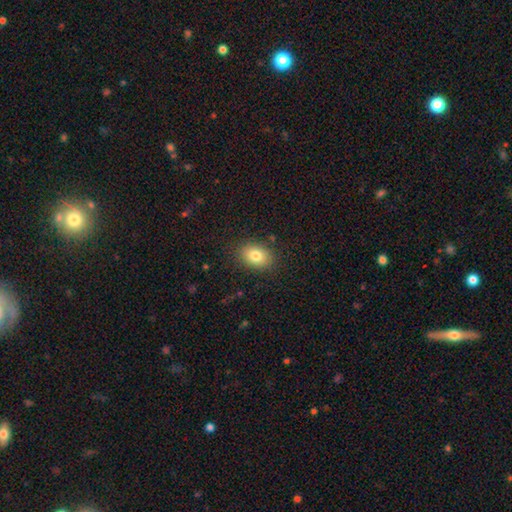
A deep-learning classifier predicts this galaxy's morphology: This is clearly a smooth galaxy (81%). How rounded: likely in between (72%). Merging: clearly none (86%).